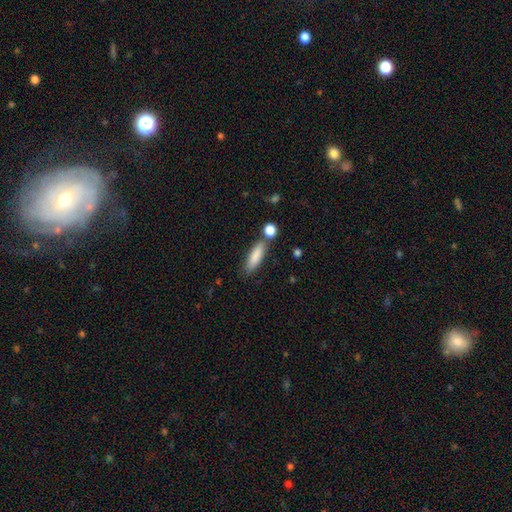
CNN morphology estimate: A smooth galaxy with no disk features (85%) that is cigar-shaped (56%).

Vote fractions:
- Smooth or featured? smooth: 85% / featured or disk: 9% / star or artifact: 7%
- How rounded? cigar-shaped: 56% / in between: 42% / round: 2%
- Merging? none: 70% / minor disturbance: 14% / merger: 13% / major disturbance: 4%